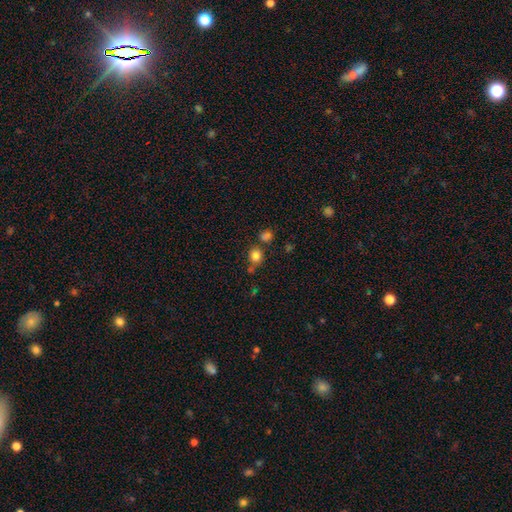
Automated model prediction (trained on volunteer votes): Smooth or featured: smooth — 82% (star or artifact — 13%)
How rounded: round — 82% (in between — 17%)
Merging: none — 66% (merger — 17%)